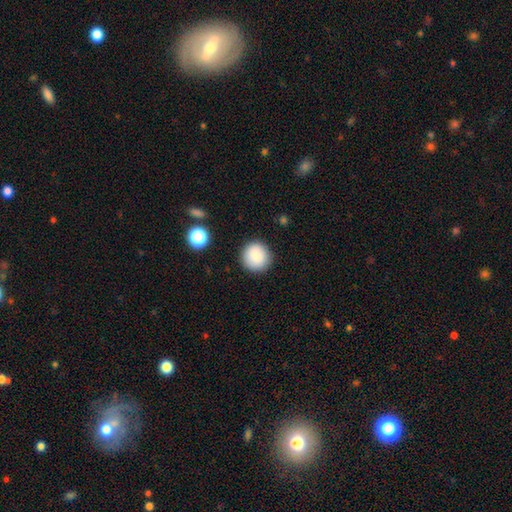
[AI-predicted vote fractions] This appears to be a smooth galaxy with no disk features (87%) that is round (93%). Merging: none (90%).